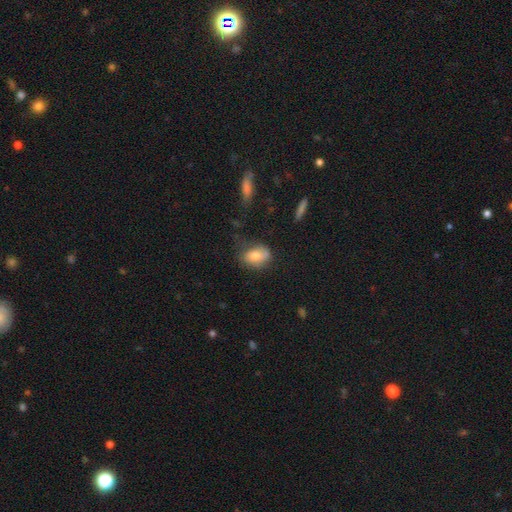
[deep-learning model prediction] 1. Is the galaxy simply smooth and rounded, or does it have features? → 73% smooth, 19% featured or disk, 8% star or artifact.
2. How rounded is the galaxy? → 76% in between, 23% round, 2% cigar-shaped.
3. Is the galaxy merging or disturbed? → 55% none, 30% minor disturbance, 12% major disturbance, 3% merger.